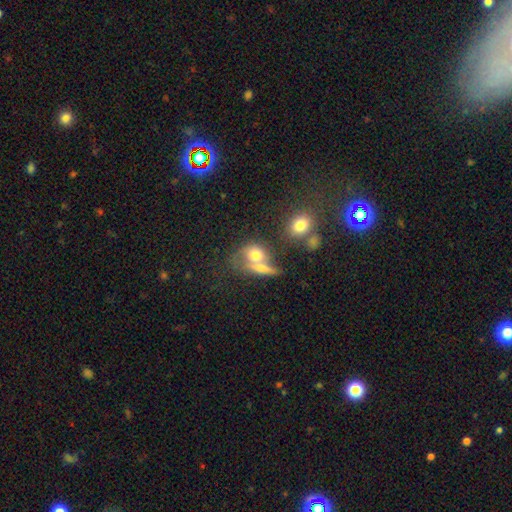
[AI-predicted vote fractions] Q: Smooth or featured?
A: smooth (65%); runner-up: featured or disk (24%)
Q: How rounded?
A: round (52%); runner-up: in between (42%)
Q: Merging?
A: merger (50%); runner-up: none (30%)